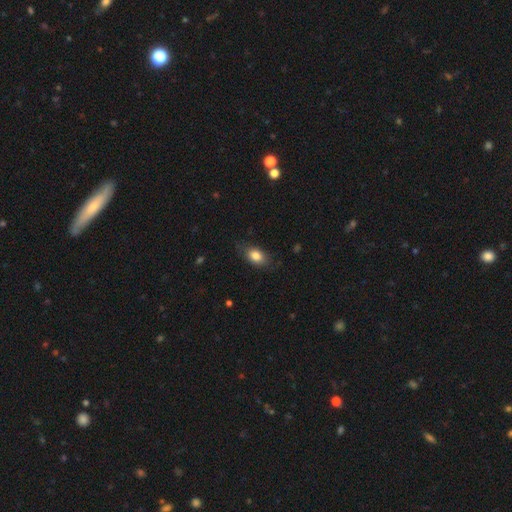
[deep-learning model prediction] Smooth or featured? Predicted: smooth (p=0.83). How rounded? Predicted: in between (p=0.86). Merging? Predicted: none (p=0.76).